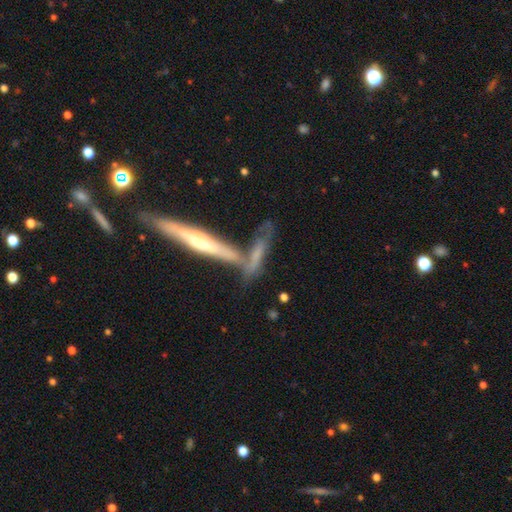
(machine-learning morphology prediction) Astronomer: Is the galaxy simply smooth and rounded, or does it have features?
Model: featured or disk — 53% (runner-up: smooth, 39%).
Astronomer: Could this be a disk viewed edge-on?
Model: yes — 79%.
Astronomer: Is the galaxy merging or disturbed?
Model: none — 42% (runner-up: merger, 40%).